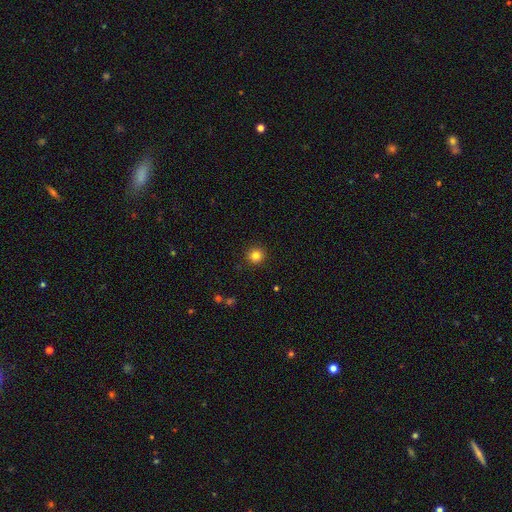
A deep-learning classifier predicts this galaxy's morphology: Smooth or featured? smooth (82%)
How rounded? round (95%)
Merging? none (92%)